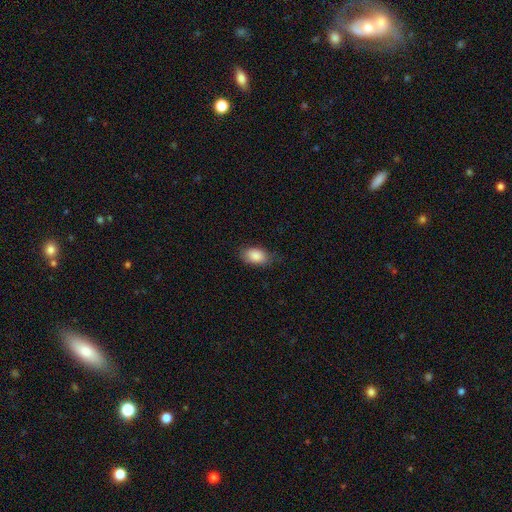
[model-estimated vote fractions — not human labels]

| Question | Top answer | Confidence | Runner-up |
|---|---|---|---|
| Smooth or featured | smooth | 87% | star or artifact (7%) |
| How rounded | in between | 90% | round (8%) |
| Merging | none | 74% | minor disturbance (20%) |